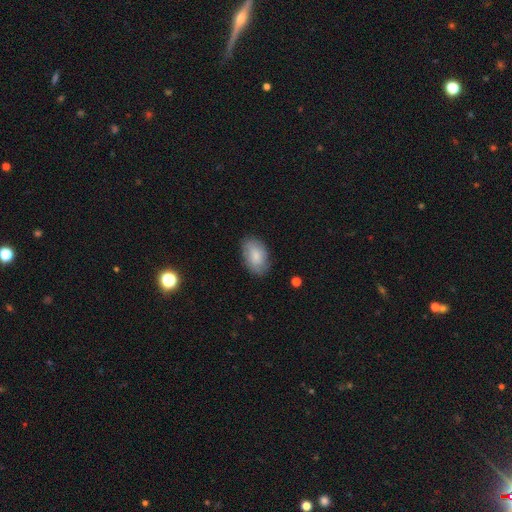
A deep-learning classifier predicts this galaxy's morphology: Q: Smooth or featured?
A: smooth (77%); runner-up: featured or disk (16%)
Q: How rounded?
A: in between (92%); runner-up: round (7%)
Q: Merging?
A: none (78%); runner-up: minor disturbance (17%)